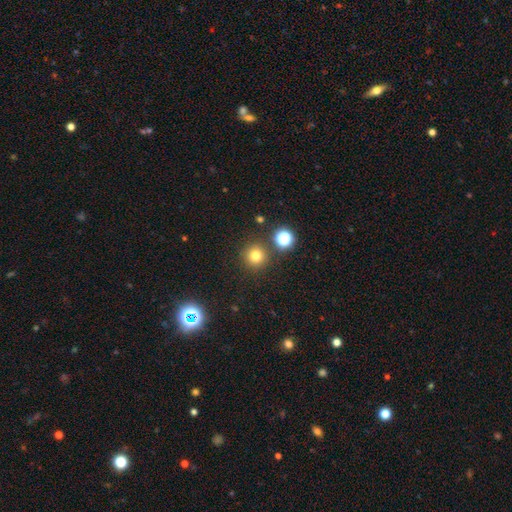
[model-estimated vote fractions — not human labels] Smooth or featured? Predicted: smooth (p=0.75). How rounded? Predicted: round (p=0.95). Merging? Predicted: none (p=0.86).